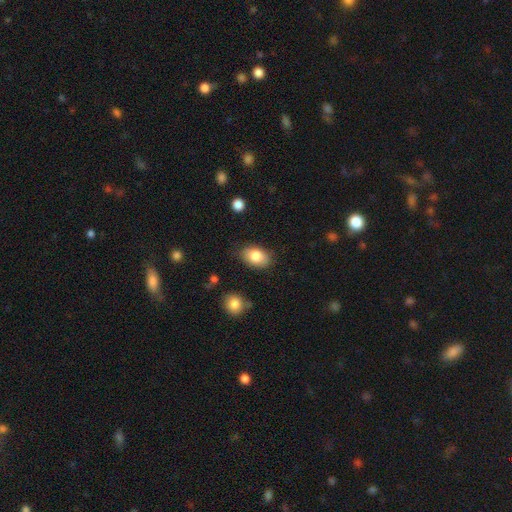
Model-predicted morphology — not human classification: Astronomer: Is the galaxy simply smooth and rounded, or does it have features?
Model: smooth — 83%.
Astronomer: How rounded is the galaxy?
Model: in between — 86%.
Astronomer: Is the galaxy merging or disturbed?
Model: none — 81%.